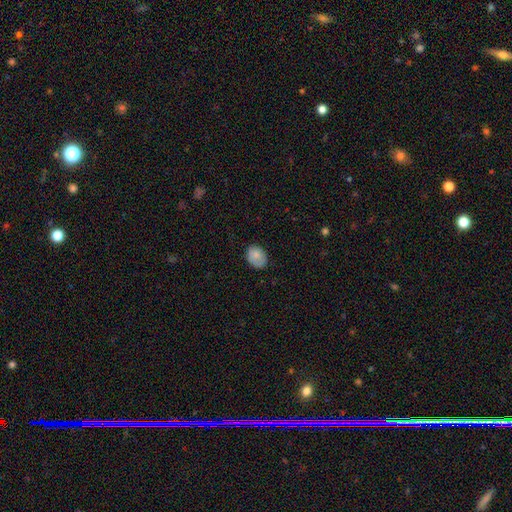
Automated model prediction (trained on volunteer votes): smooth 81%, featured or disk 11%, star or artifact 8%. Down the decision tree: how rounded — in between (69%); merging — none (73%).